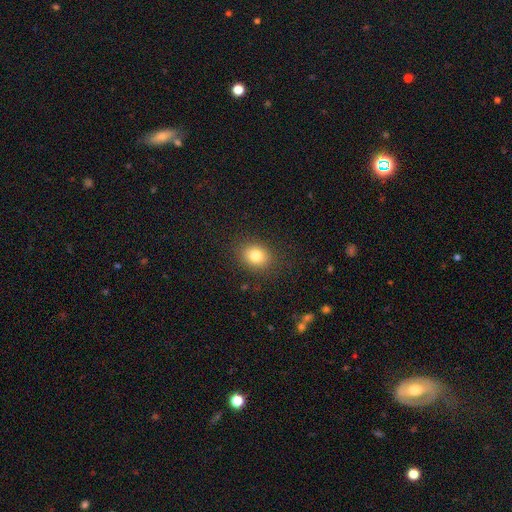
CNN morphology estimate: Smooth or featured? smooth (81%)
How rounded? round (55%)
Merging? none (86%)